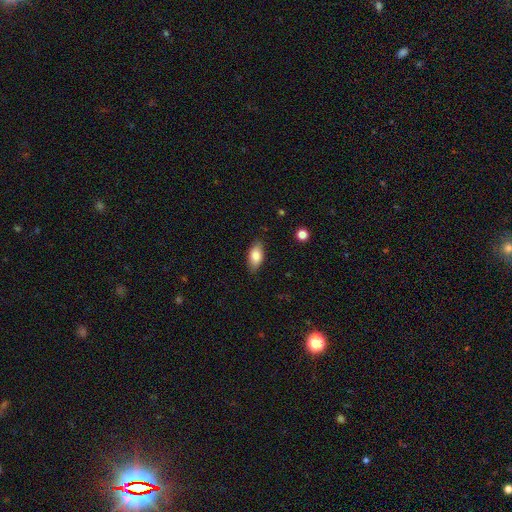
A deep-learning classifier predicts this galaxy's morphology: type=smooth (82%); roundness=in between (90%); merging=none (83%).